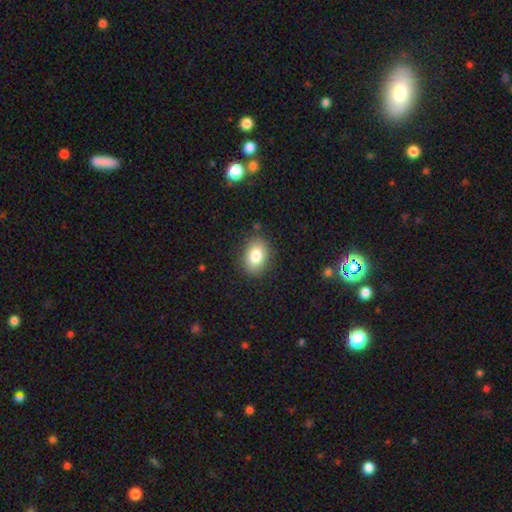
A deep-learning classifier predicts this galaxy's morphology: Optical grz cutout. It shows a smooth galaxy with no disk features (81%) that is in between round and cigar-shaped (79%). Merging: none (85%).